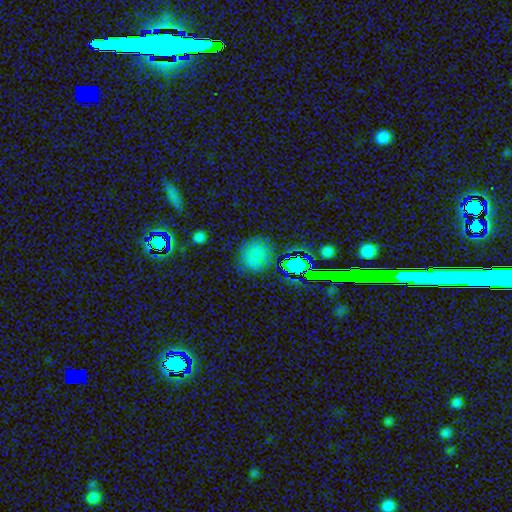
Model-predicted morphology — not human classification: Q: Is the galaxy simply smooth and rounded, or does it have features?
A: smooth — 66%.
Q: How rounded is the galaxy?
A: round — 82%.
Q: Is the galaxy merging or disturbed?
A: none — 82%.